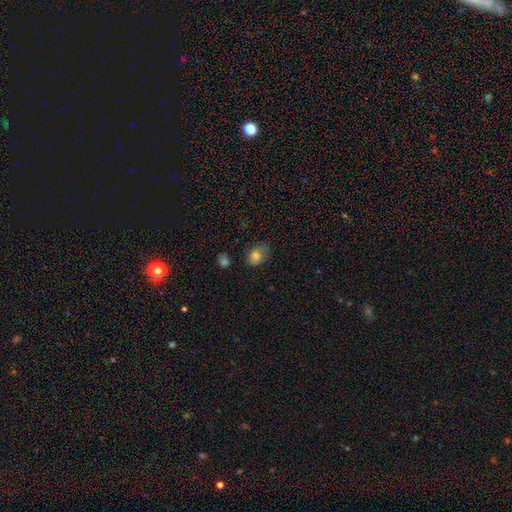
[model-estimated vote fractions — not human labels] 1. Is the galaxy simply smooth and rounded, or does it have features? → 76% smooth, 13% featured or disk, 11% star or artifact.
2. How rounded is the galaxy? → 64% in between, 34% round, 1% cigar-shaped.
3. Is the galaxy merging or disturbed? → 57% none, 30% minor disturbance, 11% major disturbance, 3% merger.